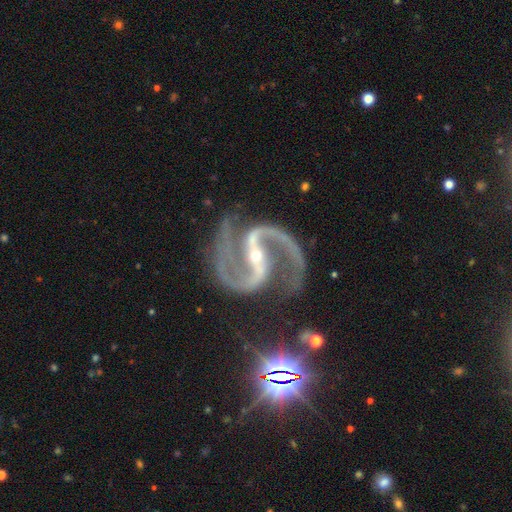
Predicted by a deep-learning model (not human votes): This appears to be a featured or disk galaxy (93%) with a strong bar (66%), 2 (94%) medium (63%) spiral arms (99%) and a small central bulge (74%). Merging: none (72%).